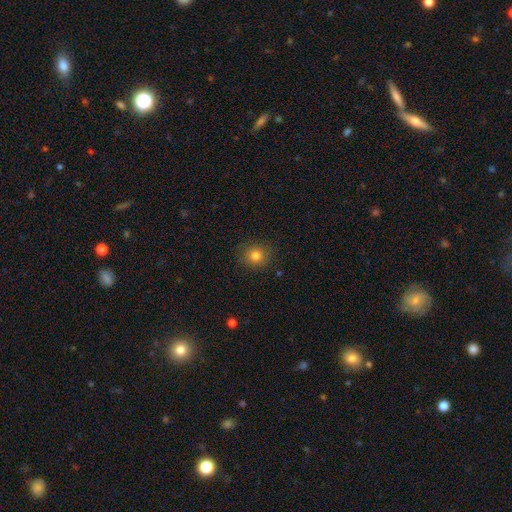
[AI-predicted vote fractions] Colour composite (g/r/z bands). It shows a smooth galaxy with no disk features (79%) that is round (86%). Merging: none (87%).